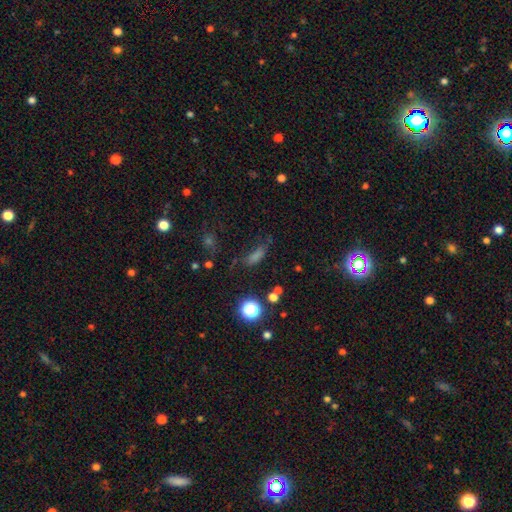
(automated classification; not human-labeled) Smooth or featured: smooth — 53% (star or artifact — 32%)
How rounded: in between — 50% (cigar-shaped — 36%)
Merging: none — 56% (minor disturbance — 22%)